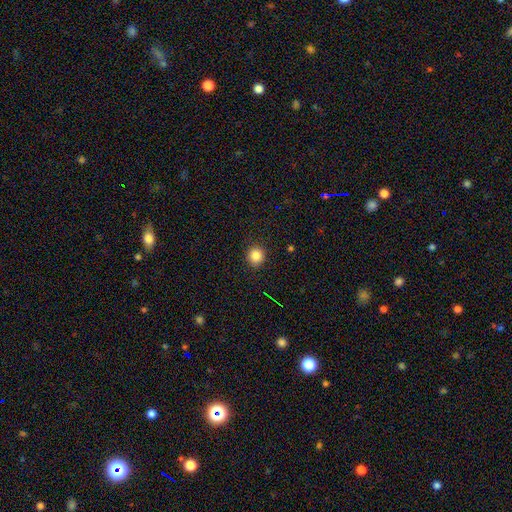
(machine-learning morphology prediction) The model was most divided on "smooth or featured": smooth: 85%, star or artifact: 11%, featured or disk: 5%. More confident: merging — none (92%); how rounded — round (90%).